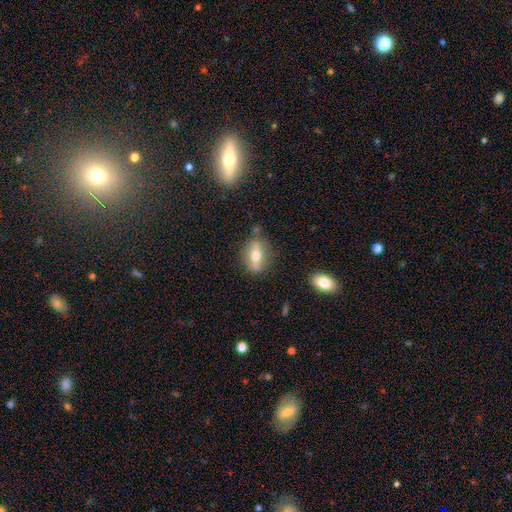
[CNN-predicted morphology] This appears to be a featured or disk galaxy (50%) viewed edge-on (57%). Merging: none (77%).